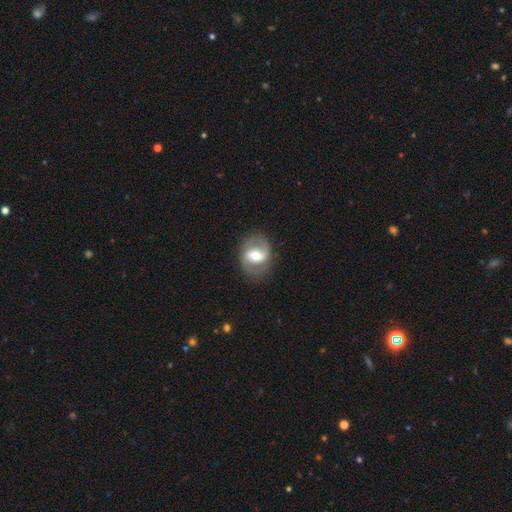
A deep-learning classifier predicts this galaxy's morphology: This is likely a featured or disk galaxy (73%). It is clearly not viewed edge-on (97%). Bar: marginally weak (44%). Spiral arm pattern: clearly yes (82%). Spiral arm count: clearly 2 (88%). Spiral winding: possibly medium (48%). Central bulge: likely moderate (71%). Merging: clearly none (81%).